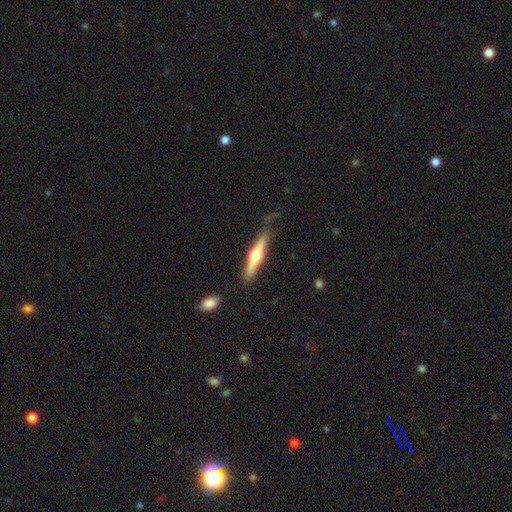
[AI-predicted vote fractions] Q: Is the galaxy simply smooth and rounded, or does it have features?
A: featured or disk — 61%.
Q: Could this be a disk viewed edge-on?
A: yes — 96%.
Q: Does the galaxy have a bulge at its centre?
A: rounded — 93%.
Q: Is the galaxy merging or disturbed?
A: none — 79%.